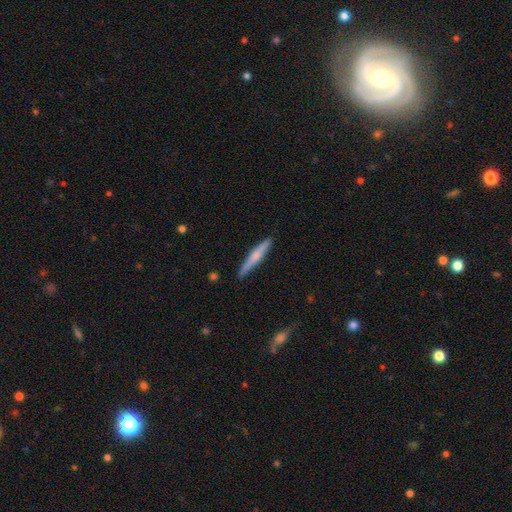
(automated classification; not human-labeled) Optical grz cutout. It shows a smooth galaxy with no disk features (51%) that is cigar-shaped (94%). Merging: none (89%).